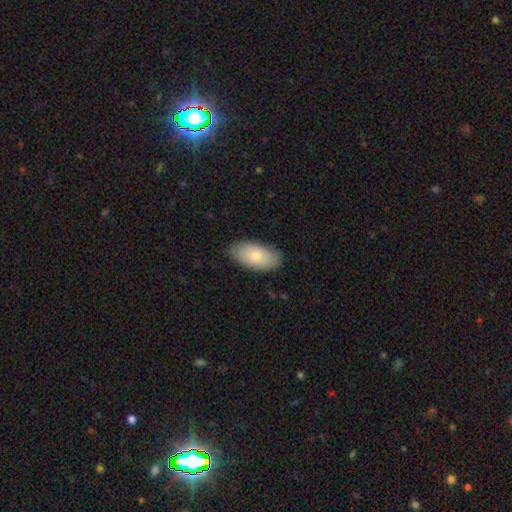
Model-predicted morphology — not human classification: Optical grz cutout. It shows a smooth galaxy with no disk features (78%) that is in between round and cigar-shaped (94%). Merging: none (82%).